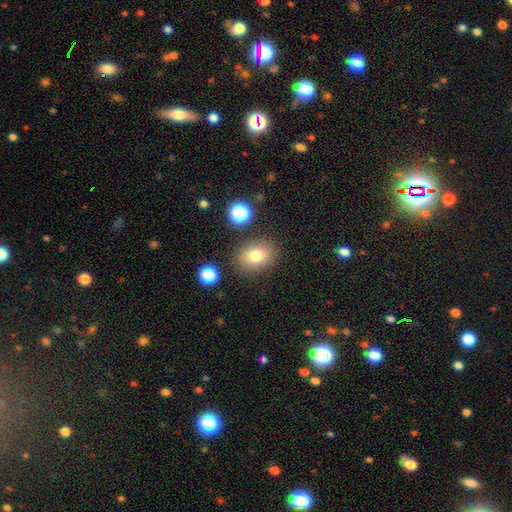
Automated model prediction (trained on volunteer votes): This appears to be a smooth galaxy with no disk features (78%) that is in between round and cigar-shaped (58%). Merging: none (83%).